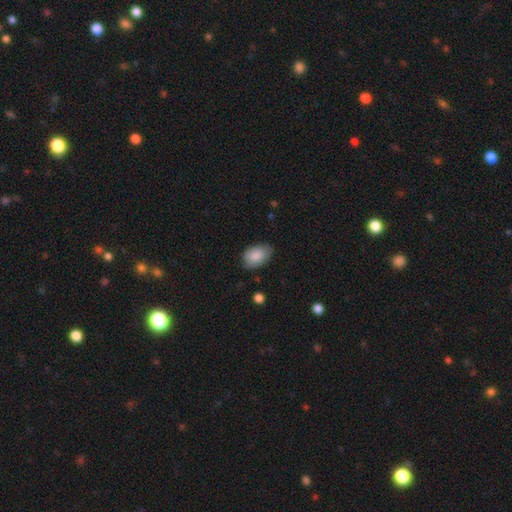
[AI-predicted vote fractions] smooth-or-featured: smooth: 87% | featured or disk: 7% | star or artifact: 6%
  how-rounded: in between: 90% | round: 8% | cigar-shaped: 1%
  merging: none: 75% | minor disturbance: 20% | major disturbance: 3% | merger: 1%